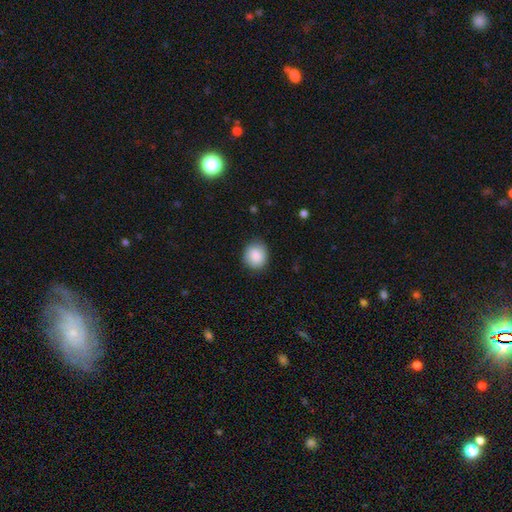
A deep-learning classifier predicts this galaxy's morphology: smooth_or_featured: smooth (p=0.88) [alt: star or artifact p=0.07]
how_rounded: round (p=0.79) [alt: in between p=0.20]
merging: none (p=0.86) [alt: minor disturbance p=0.11]